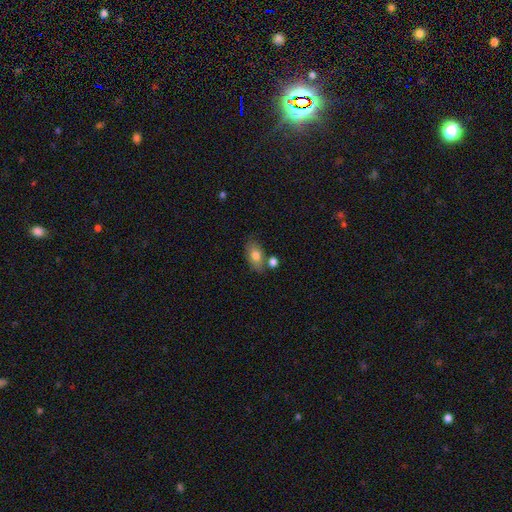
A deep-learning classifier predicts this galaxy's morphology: smooth_or_featured: smooth (p=0.77) [alt: featured or disk p=0.15]
how_rounded: in between (p=0.89) [alt: round p=0.08]
merging: none (p=0.66) [alt: merger p=0.15]